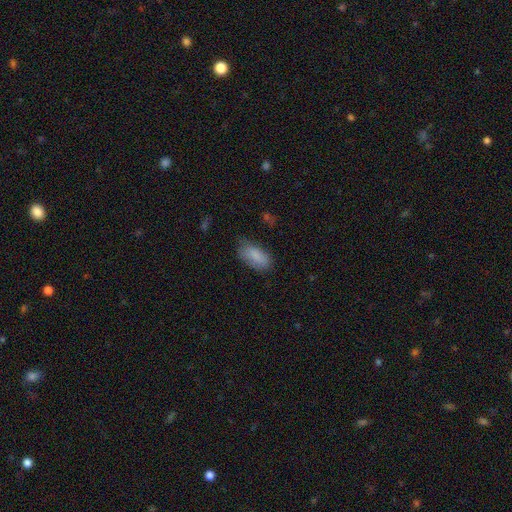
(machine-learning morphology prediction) Smooth or featured: smooth — 86% (featured or disk — 7%)
How rounded: in between — 91% (cigar-shaped — 6%)
Merging: none — 67% (minor disturbance — 25%)